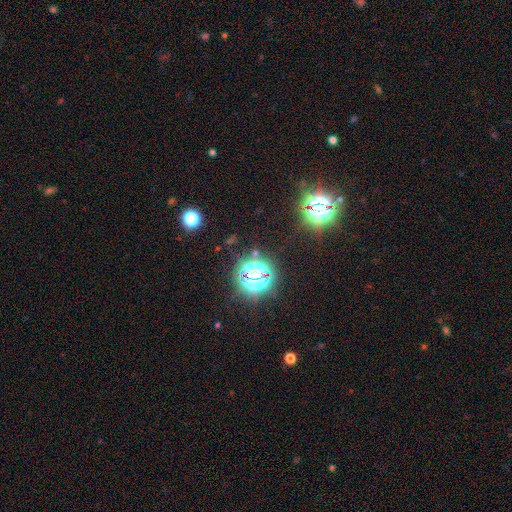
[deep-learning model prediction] Smooth or featured? star or artifact (77%)